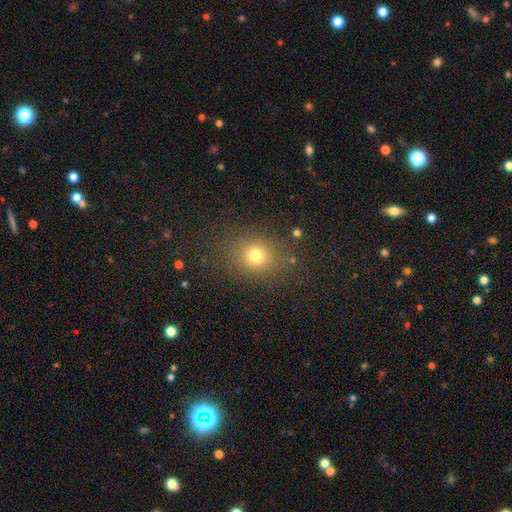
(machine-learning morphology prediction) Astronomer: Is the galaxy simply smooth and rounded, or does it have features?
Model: smooth — 75%.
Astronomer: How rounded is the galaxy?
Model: round — 74%.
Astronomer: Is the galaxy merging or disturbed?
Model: none — 82%.